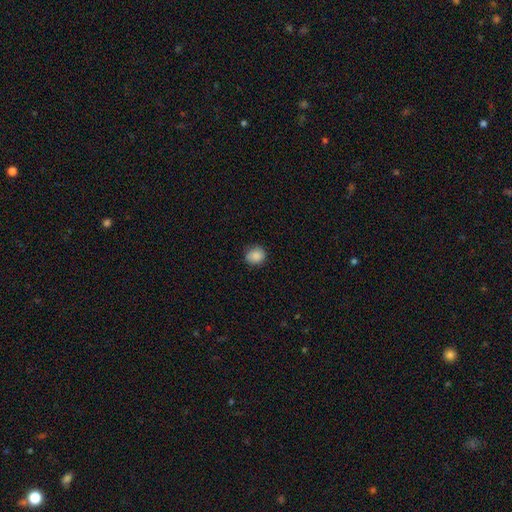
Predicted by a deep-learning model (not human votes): This is clearly a smooth galaxy (87%). How rounded: likely round (77%). Merging: clearly none (81%).